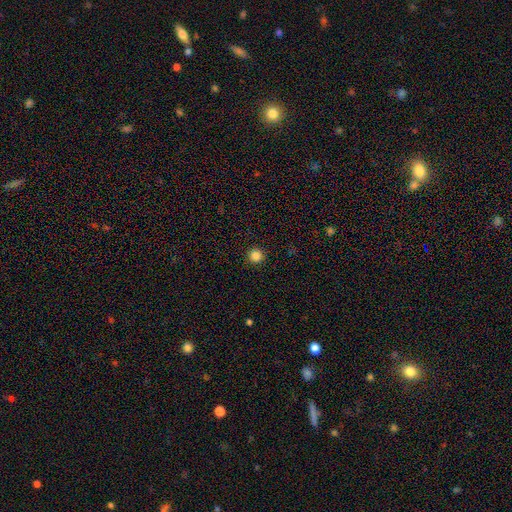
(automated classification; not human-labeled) A smooth galaxy with no disk features (85%) that is round (96%).

Vote fractions:
- Smooth or featured? smooth: 85% / star or artifact: 12% / featured or disk: 3%
- How rounded? round: 96% / in between: 3% / cigar-shaped: 1%
- Merging? none: 93% / minor disturbance: 4% / major disturbance: 2% / merger: 1%